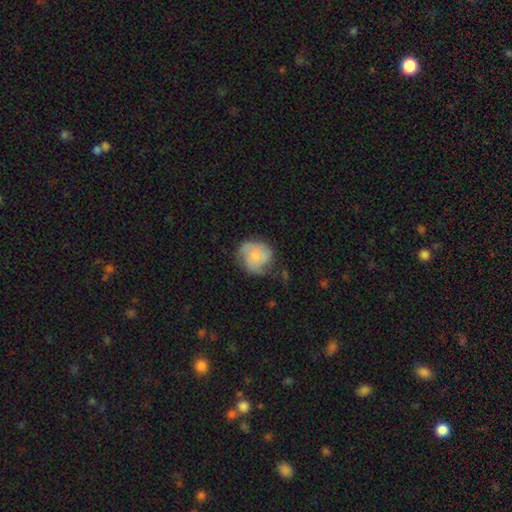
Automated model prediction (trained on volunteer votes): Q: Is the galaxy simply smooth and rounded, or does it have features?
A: smooth — 53%.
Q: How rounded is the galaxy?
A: round — 81%.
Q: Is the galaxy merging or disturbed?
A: none — 54%.